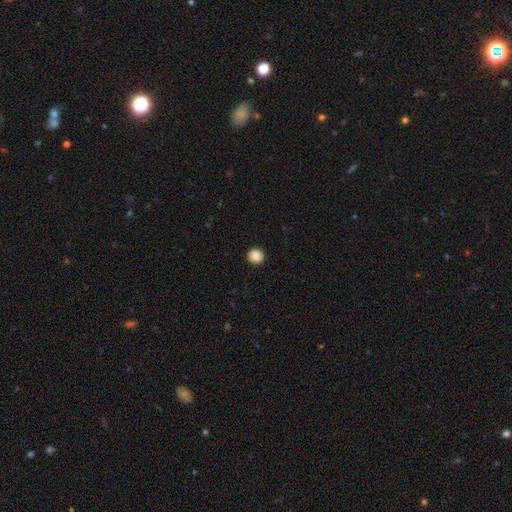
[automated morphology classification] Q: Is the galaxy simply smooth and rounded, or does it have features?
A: smooth — 89%.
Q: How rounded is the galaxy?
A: round — 90%.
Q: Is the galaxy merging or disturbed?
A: none — 92%.